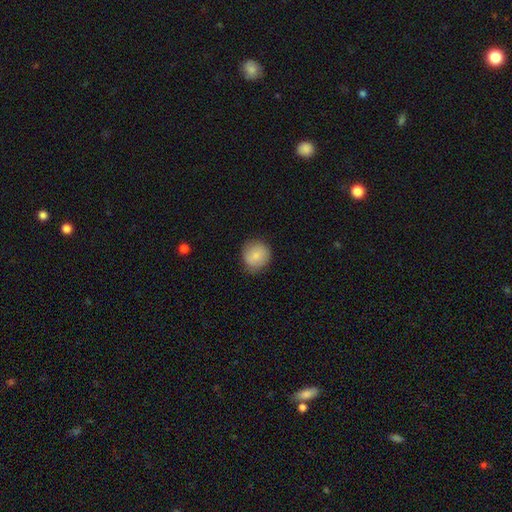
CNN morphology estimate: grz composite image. It shows a smooth galaxy with no disk features (83%) that is round (87%). Merging: none (79%).